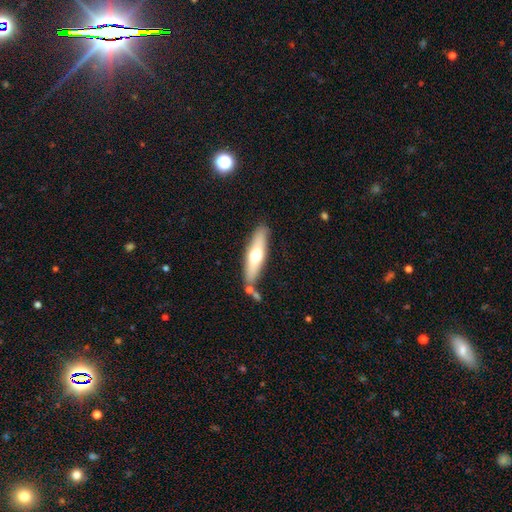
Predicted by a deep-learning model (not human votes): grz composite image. It shows a smooth galaxy with no disk features (53%) that is cigar-shaped (70%). Merging: none (74%).